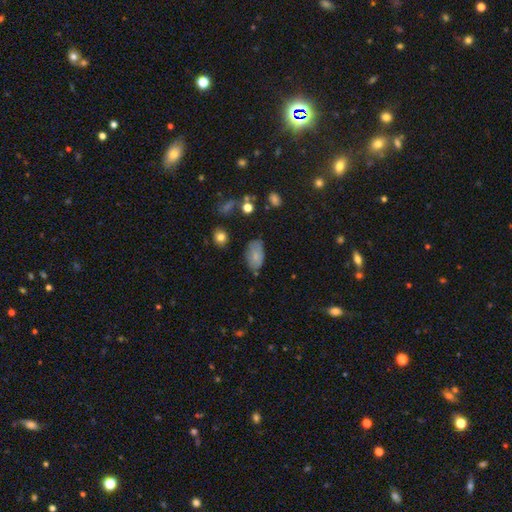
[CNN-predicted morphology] Smooth or featured?
  - smooth: 75% *
  - featured or disk: 17%
  - star or artifact: 8%
How rounded?
  - in between: 93% *
  - round: 5%
  - cigar-shaped: 2%
Merging?
  - none: 68% *
  - minor disturbance: 23%
  - major disturbance: 5%
  - merger: 3%